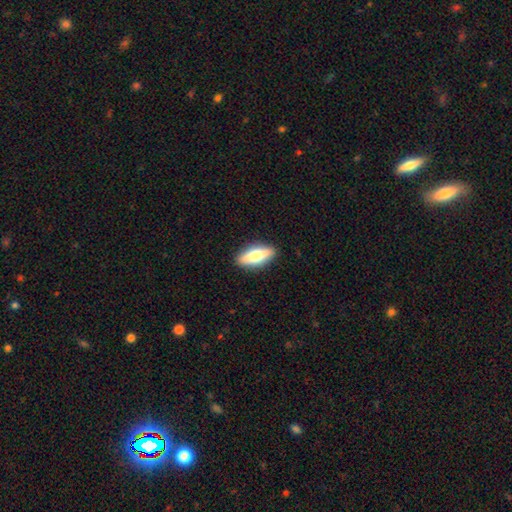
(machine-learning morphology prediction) smooth-or-featured: smooth: 55% | featured or disk: 39% | star or artifact: 6%
  how-rounded: in between: 64% | cigar-shaped: 33% | round: 3%
  merging: none: 90% | minor disturbance: 7% | major disturbance: 2% | merger: 1%